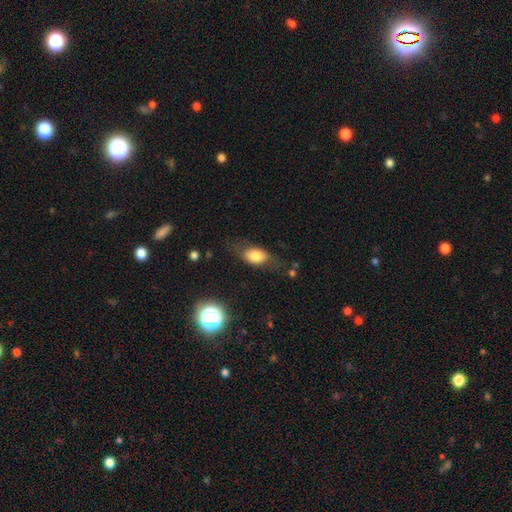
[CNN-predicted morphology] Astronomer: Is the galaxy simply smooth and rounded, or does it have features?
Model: smooth — 75%.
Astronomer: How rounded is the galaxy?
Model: in between — 85%.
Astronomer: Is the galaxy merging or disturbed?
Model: none — 66%.